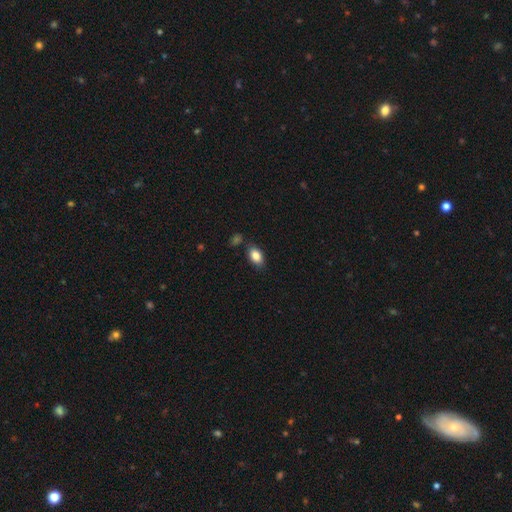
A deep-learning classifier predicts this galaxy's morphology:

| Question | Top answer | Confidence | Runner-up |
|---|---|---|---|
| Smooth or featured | smooth | 85% | star or artifact (8%) |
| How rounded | in between | 89% | round (9%) |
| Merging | none | 79% | minor disturbance (13%) |